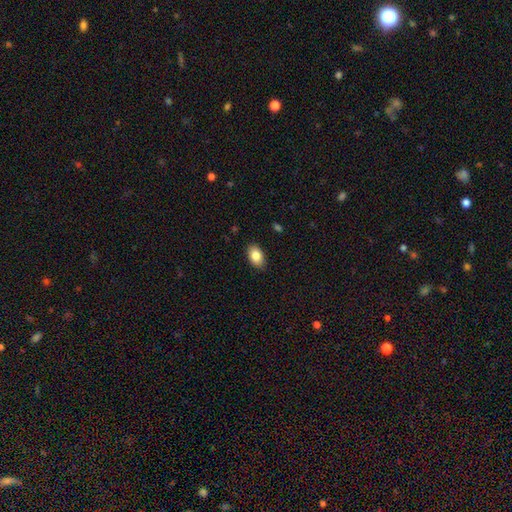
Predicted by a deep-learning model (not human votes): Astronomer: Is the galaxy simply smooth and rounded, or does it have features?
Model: smooth — 84%.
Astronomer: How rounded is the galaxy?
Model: in between — 88%.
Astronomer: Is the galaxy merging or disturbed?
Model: none — 87%.